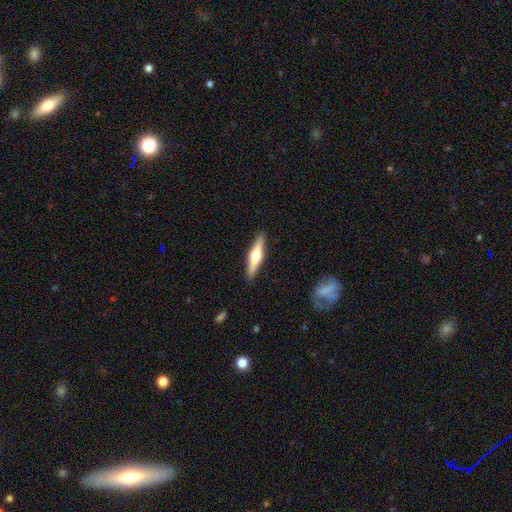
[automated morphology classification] A featured or disk galaxy (60%) viewed edge-on (96%) with a rounded central bulge (94%). Merging: none (90%).